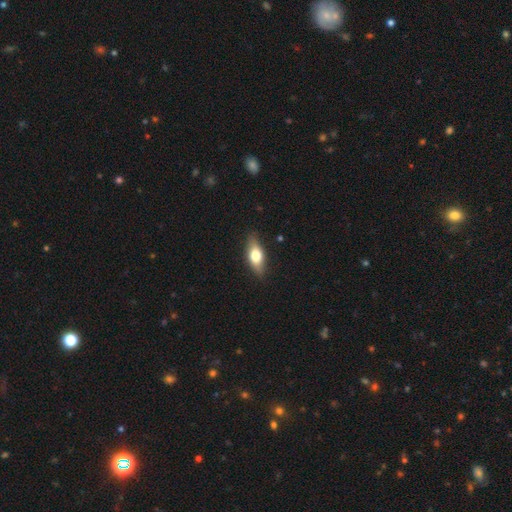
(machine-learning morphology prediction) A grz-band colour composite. It shows a smooth galaxy with no disk features (62%) that is in between round and cigar-shaped (74%). Merging: none (85%).